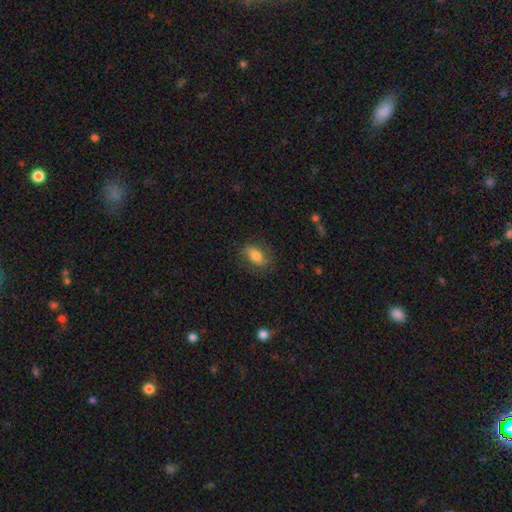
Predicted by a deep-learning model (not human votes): Overall: smooth (74%). How rounded: in between (83%). Merging: none (77%).